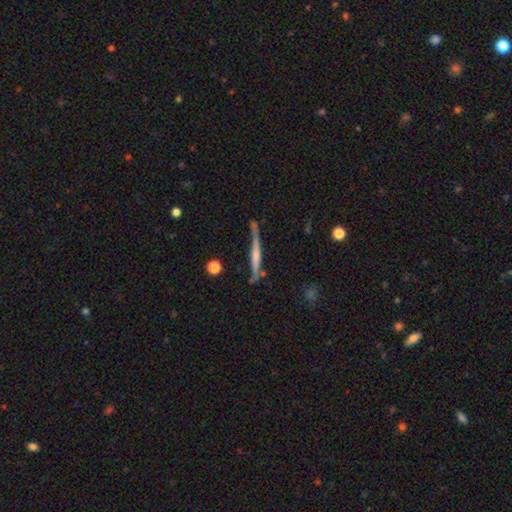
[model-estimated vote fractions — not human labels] featured or disk 61%, smooth 32%, star or artifact 6%. Down the decision tree: edge-on disk — yes (95%); edge-on bulge — none (41%); merging — none (71%).